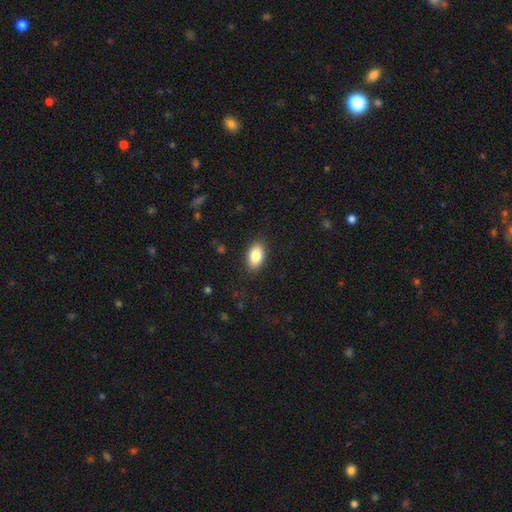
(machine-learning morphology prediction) This is clearly a smooth galaxy (85%). How rounded: clearly in between (92%). Merging: clearly none (87%).